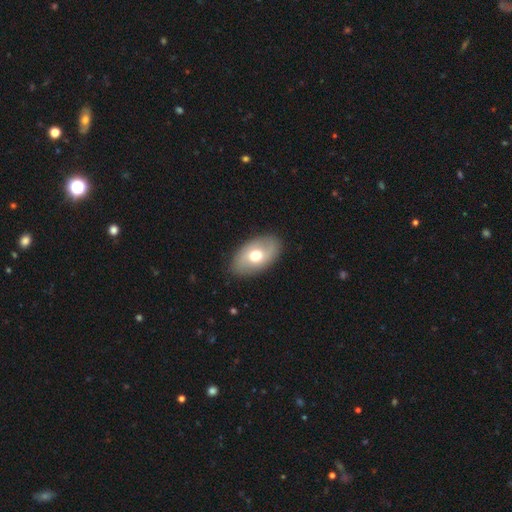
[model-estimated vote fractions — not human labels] This appears to be a smooth galaxy with no disk features (58%) that is in between round and cigar-shaped (92%). Merging: none (85%).